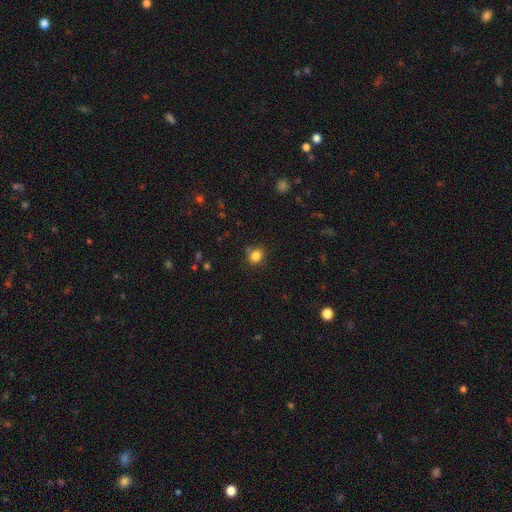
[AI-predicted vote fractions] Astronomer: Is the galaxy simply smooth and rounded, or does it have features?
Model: smooth — 84%.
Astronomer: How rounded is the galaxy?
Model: round — 79%.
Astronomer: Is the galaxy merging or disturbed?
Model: none — 78%.